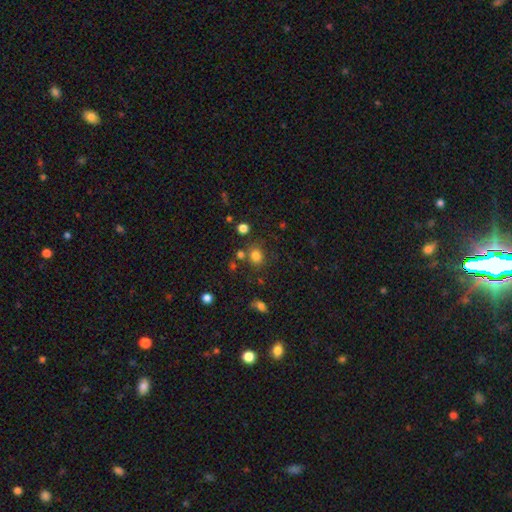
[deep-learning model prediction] Smooth or featured?
  - smooth: 78% *
  - star or artifact: 15%
  - featured or disk: 6%
How rounded?
  - round: 73% *
  - in between: 26%
  - cigar-shaped: 1%
Merging?
  - none: 71% *
  - merger: 12%
  - minor disturbance: 12%
  - major disturbance: 5%